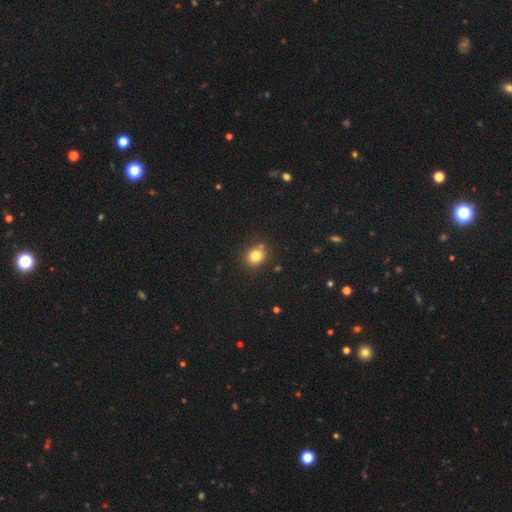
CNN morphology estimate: type=smooth (80%); roundness=round (74%); merging=none (80%).